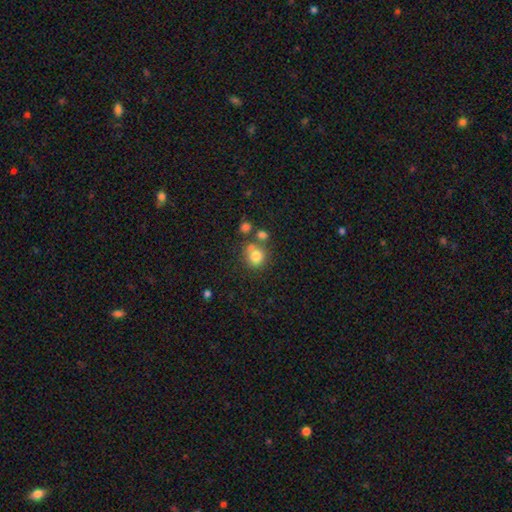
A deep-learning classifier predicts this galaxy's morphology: This is likely a smooth galaxy (77%). How rounded: clearly round (84%). Merging: possibly none (58%).